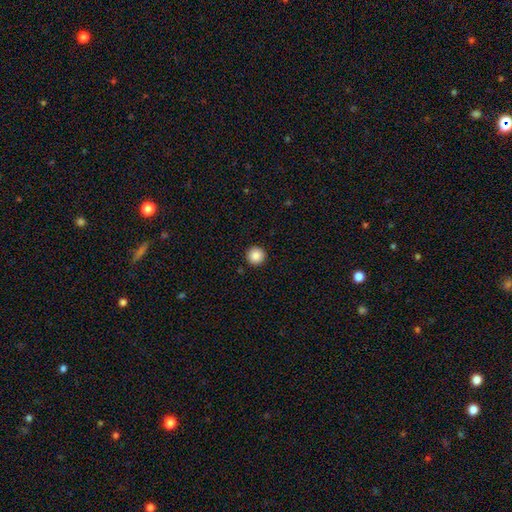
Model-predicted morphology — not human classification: smooth 88%, star or artifact 9%, featured or disk 3%. Down the decision tree: how rounded — round (96%); merging — none (93%).